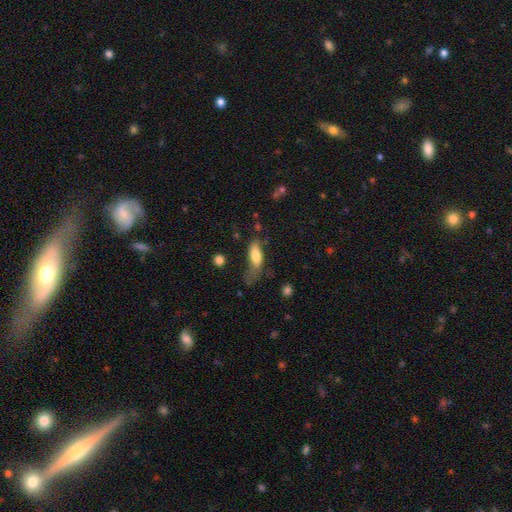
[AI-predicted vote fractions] A smooth galaxy with no disk features (72%) that is in between round and cigar-shaped (66%).

Vote fractions:
- Smooth or featured? smooth: 72% / featured or disk: 21% / star or artifact: 7%
- How rounded? in between: 66% / cigar-shaped: 31% / round: 3%
- Merging? major disturbance: 33% / minor disturbance: 31% / none: 31% / merger: 5%